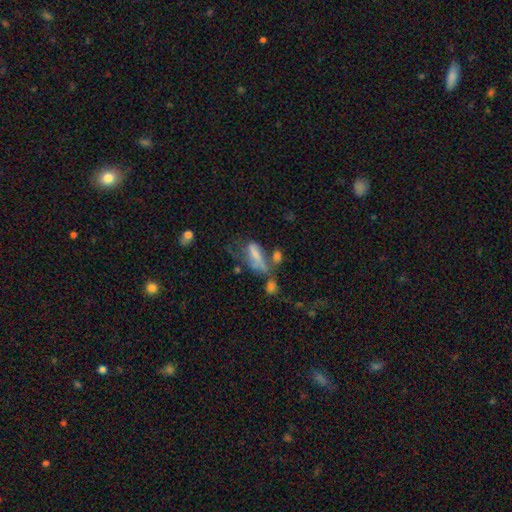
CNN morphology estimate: Smooth or featured? Predicted: smooth (p=0.53). How rounded? Predicted: in between (p=0.65). Merging? Predicted: merger (p=0.33).